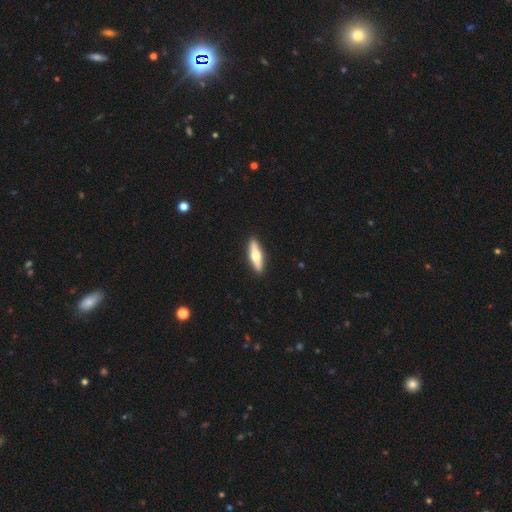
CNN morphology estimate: Smooth or featured? Predicted: featured or disk (p=0.50). Edge-on disk? Predicted: yes (p=0.92). Merging? Predicted: none (p=0.91).